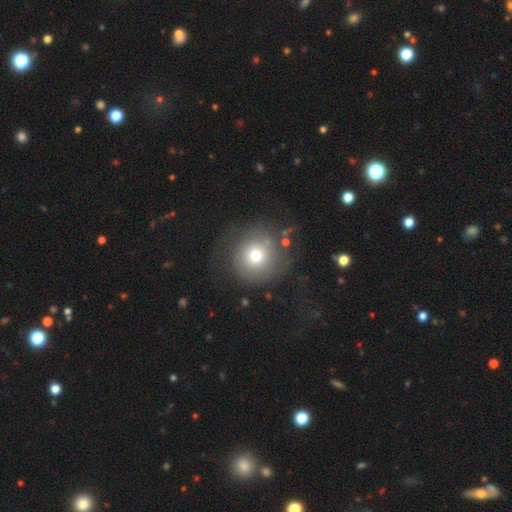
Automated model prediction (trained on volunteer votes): smooth-or-featured: smooth: 68% | featured or disk: 20% | star or artifact: 12%
  how-rounded: round: 94% | in between: 5% | cigar-shaped: 1%
  merging: none: 69% | minor disturbance: 15% | major disturbance: 12% | merger: 3%